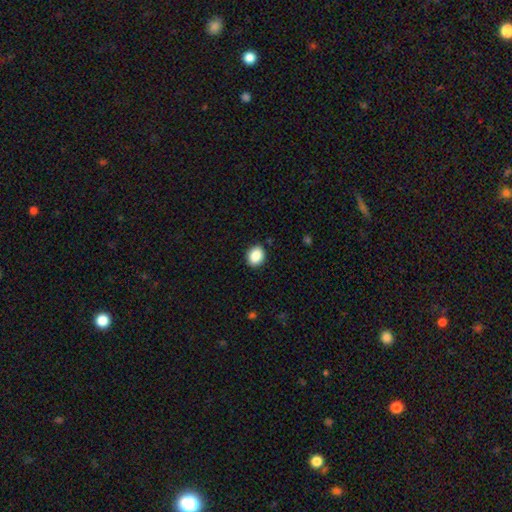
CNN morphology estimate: smooth_or_featured: smooth (p=0.88) [alt: star or artifact p=0.08]
how_rounded: round (p=0.53) [alt: in between p=0.46]
merging: none (p=0.88) [alt: minor disturbance p=0.08]